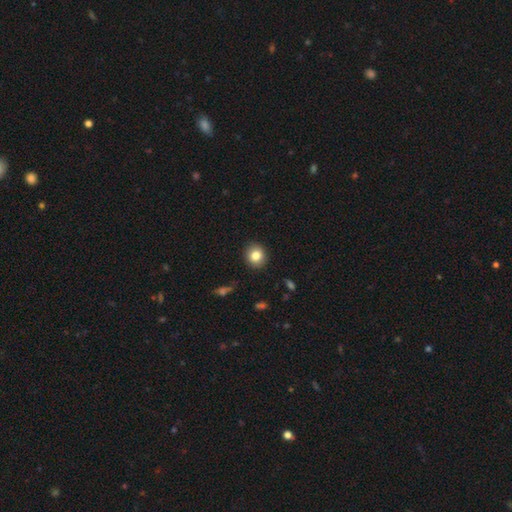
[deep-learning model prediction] smooth-or-featured: smooth: 82% | star or artifact: 10% | featured or disk: 8%
  how-rounded: round: 81% | in between: 18% | cigar-shaped: 1%
  merging: none: 90% | minor disturbance: 7% | major disturbance: 2% | merger: 1%